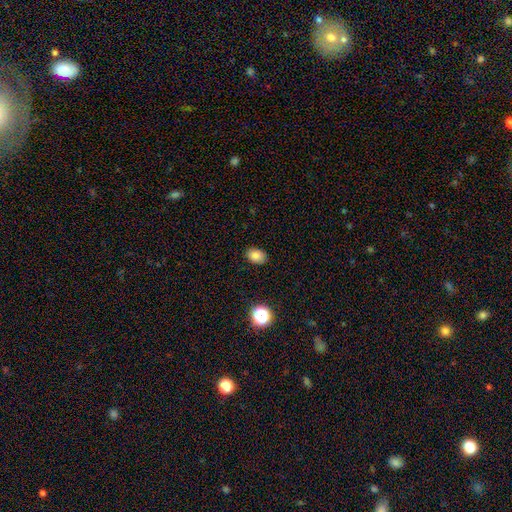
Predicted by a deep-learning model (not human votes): A smooth galaxy with no disk features (82%) that is in between round and cigar-shaped (78%). Merging: none (86%).